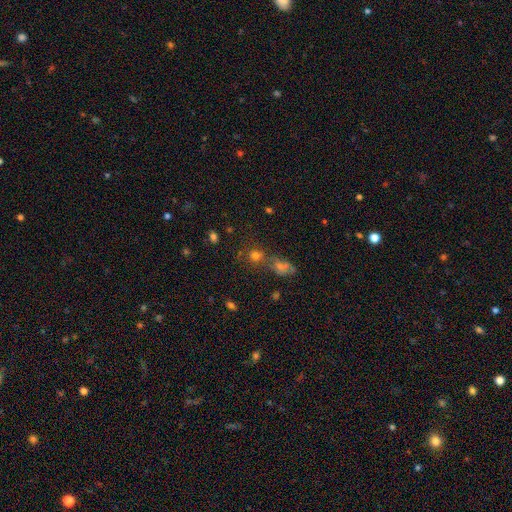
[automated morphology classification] This appears to be a smooth galaxy with no disk features (67%) that is round (83%). Merging: none (58%).